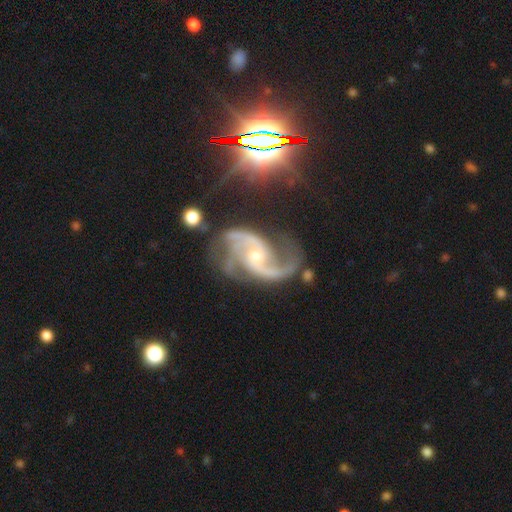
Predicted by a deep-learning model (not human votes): Smooth or featured: featured or disk — 91% (star or artifact — 7%)
Edge-on disk: no — 98% (yes — 2%)
Bar: no — 57% (weak — 33%)
Spiral arms: yes — 98% (no — 2%)
Spiral winding: medium — 48% (loose — 41%)
Spiral arm count: 2 — 67% (3 — 18%)
Bulge size: small — 54% (moderate — 41%)
Merging: none — 62% (minor disturbance — 20%)